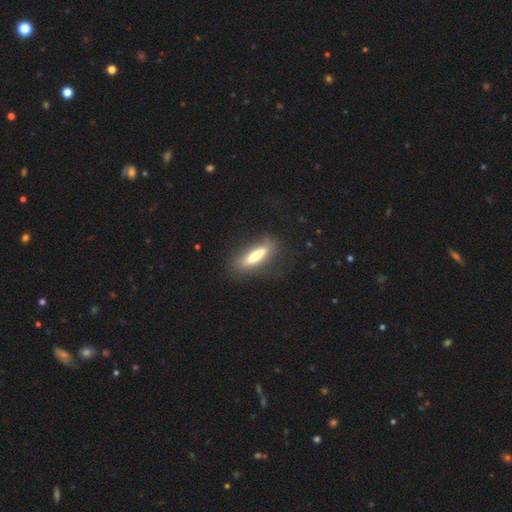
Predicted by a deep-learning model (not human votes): smooth-or-featured: smooth: 52% | featured or disk: 42% | star or artifact: 7%
  how-rounded: cigar-shaped: 68% | in between: 30% | round: 2%
  merging: none: 75% | minor disturbance: 15% | major disturbance: 8% | merger: 2%